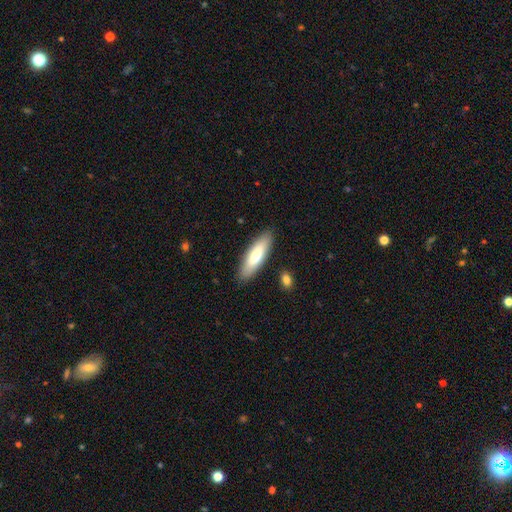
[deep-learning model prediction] This appears to be a smooth galaxy with no disk features (76%) that is cigar-shaped (55%). Merging: none (88%).